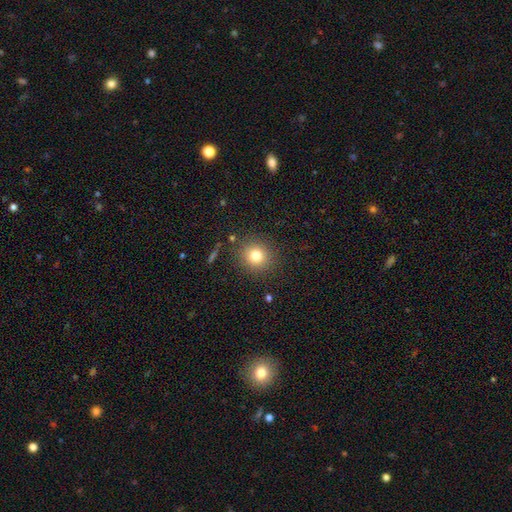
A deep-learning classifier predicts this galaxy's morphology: Smooth or featured? smooth (78%)
How rounded? round (91%)
Merging? none (87%)